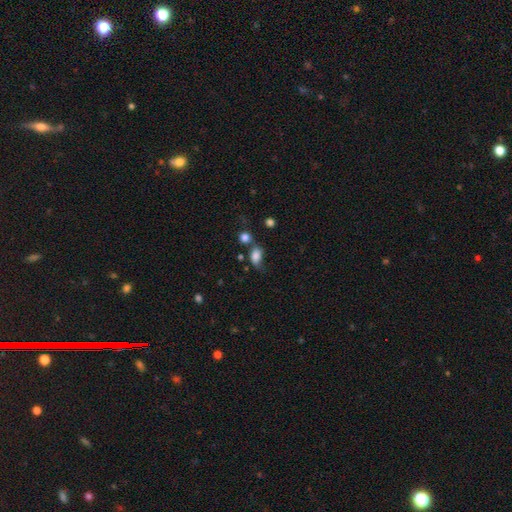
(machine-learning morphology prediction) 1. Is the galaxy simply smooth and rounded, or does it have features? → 78% smooth, 11% featured or disk, 11% star or artifact.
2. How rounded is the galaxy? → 79% in between, 18% round, 3% cigar-shaped.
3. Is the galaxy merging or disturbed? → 35% none, 30% minor disturbance, 19% major disturbance, 16% merger.